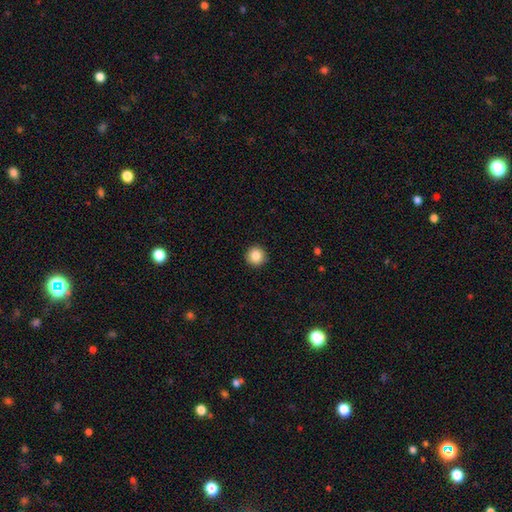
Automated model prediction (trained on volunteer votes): smooth_or_featured: smooth (p=0.86) [alt: star or artifact p=0.09]
how_rounded: round (p=0.96) [alt: in between p=0.03]
merging: none (p=0.93) [alt: minor disturbance p=0.05]